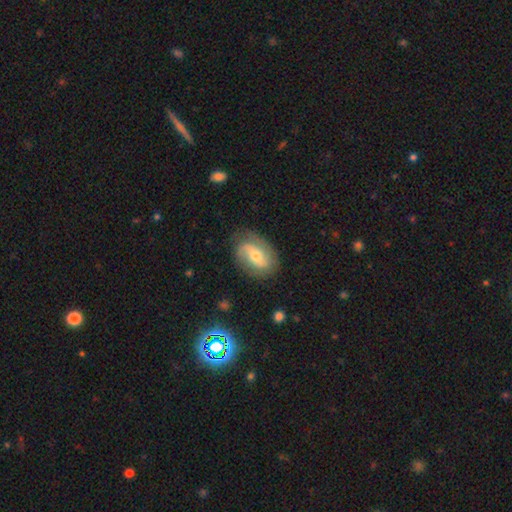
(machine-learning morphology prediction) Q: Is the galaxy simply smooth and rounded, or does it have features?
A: featured or disk — 66%.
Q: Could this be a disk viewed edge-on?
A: no — 95%.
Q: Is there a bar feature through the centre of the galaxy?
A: no — 43%.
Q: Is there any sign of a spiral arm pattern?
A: yes — 85%.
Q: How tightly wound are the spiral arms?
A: medium — 40%.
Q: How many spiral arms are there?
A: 2 — 75%.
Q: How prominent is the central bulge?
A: moderate — 57%.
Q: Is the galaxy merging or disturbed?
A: none — 73%.